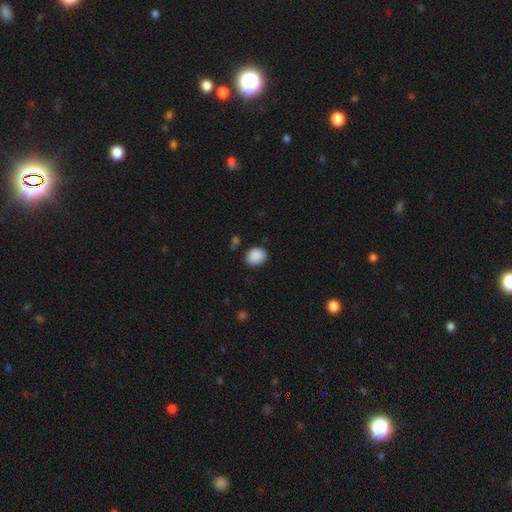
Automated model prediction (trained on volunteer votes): smooth-or-featured: smooth: 90% | star or artifact: 8% | featured or disk: 3%
  how-rounded: round: 53% | in between: 46% | cigar-shaped: 1%
  merging: none: 84% | minor disturbance: 11% | major disturbance: 3% | merger: 2%